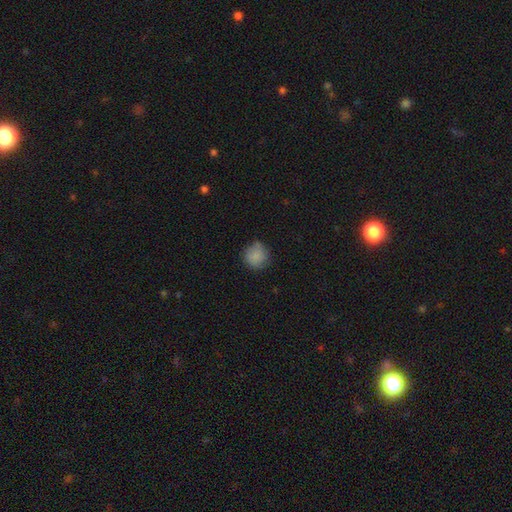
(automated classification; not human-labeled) smooth_or_featured: smooth (p=0.85) [alt: star or artifact p=0.08]
how_rounded: round (p=0.91) [alt: in between p=0.08]
merging: none (p=0.74) [alt: minor disturbance p=0.19]